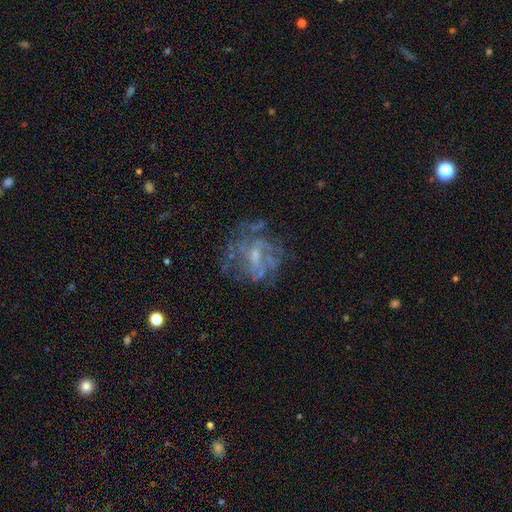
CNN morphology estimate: Smooth or featured?
  - featured or disk: 72% *
  - smooth: 15%
  - star or artifact: 12%
Edge-on disk?
  - no: 98% *
  - yes: 2%
Bar?
  - no: 53% *
  - weak: 40%
  - strong: 8%
Spiral arms?
  - yes: 56% *
  - no: 44%
Bulge size?
  - small: 55% *
  - moderate: 28%
  - none: 14%
  - large: 2%
  - dominant: 1%
Merging?
  - none: 59% *
  - major disturbance: 20%
  - minor disturbance: 18%
  - merger: 3%